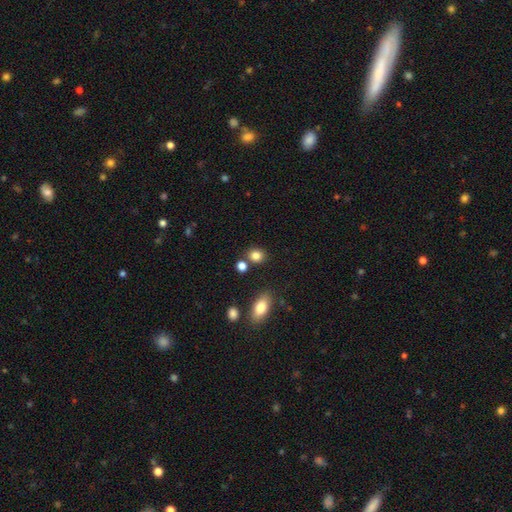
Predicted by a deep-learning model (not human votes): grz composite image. It shows a smooth galaxy with no disk features (83%) that is round (69%). Merging: none (78%).